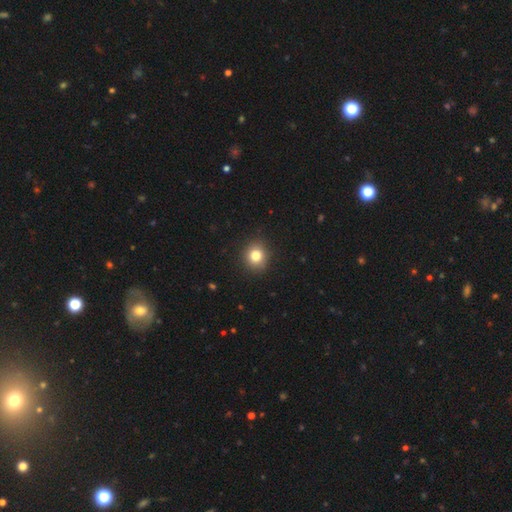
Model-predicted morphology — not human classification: This is clearly a smooth galaxy (81%). How rounded: clearly round (85%). Merging: clearly none (90%).